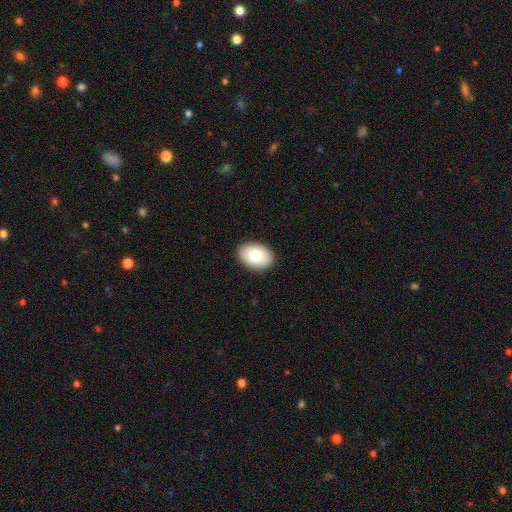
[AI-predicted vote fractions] smooth-or-featured: smooth: 82% | featured or disk: 11% | star or artifact: 7%
  how-rounded: in between: 87% | round: 12% | cigar-shaped: 1%
  merging: none: 89% | minor disturbance: 8% | major disturbance: 2% | merger: 1%